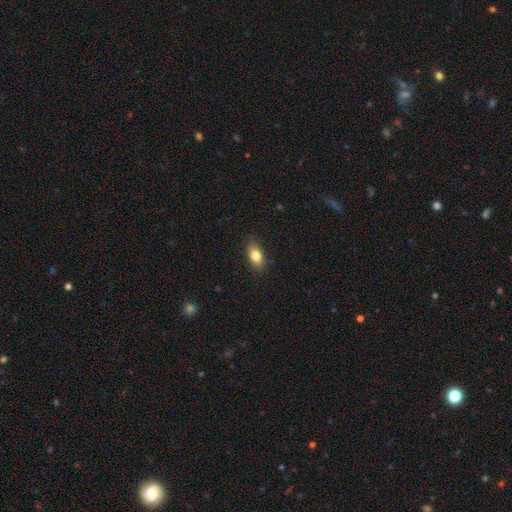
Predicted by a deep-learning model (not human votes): Smooth or featured? Predicted: smooth (p=0.82). How rounded? Predicted: in between (p=0.87). Merging? Predicted: none (p=0.87).